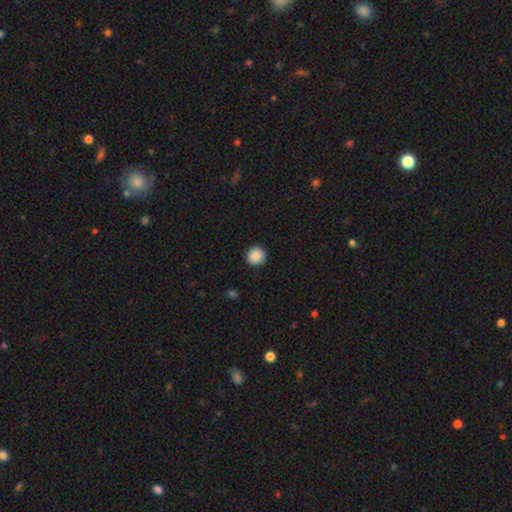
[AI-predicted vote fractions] Smooth or featured: smooth — 88% (star or artifact — 8%)
How rounded: round — 94% (in between — 5%)
Merging: none — 91% (minor disturbance — 6%)